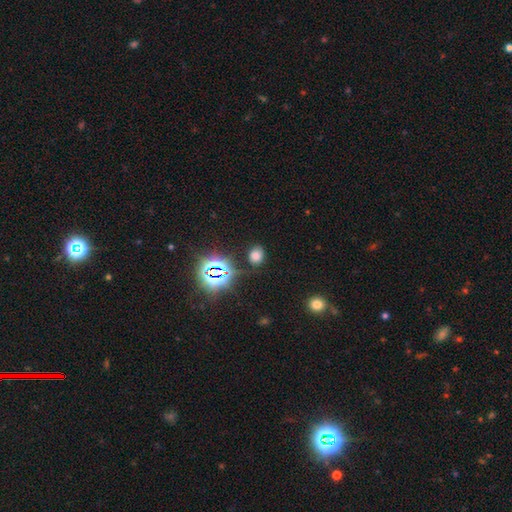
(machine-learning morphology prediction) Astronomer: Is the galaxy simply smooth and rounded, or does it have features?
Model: smooth — 64%.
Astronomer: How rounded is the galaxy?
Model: round — 50% (runner-up: in between, 49%).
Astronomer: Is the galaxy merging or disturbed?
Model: none — 82%.